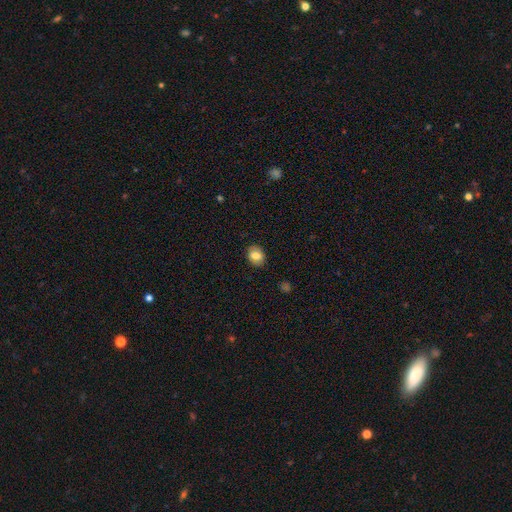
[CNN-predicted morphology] A smooth galaxy with no disk features (81%) that is in between round and cigar-shaped (54%). Merging: none (87%).